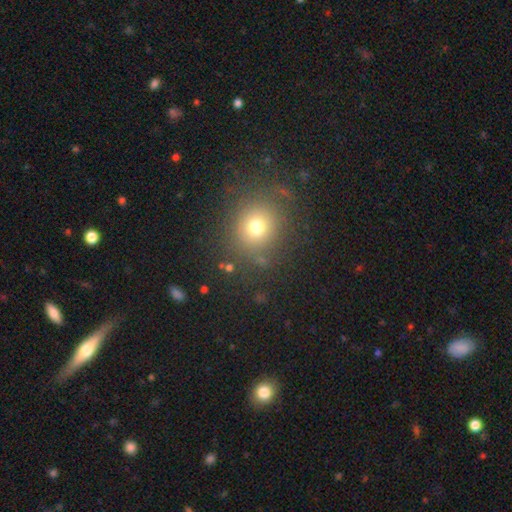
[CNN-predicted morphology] Q: Smooth or featured?
A: smooth (60%); runner-up: star or artifact (25%)
Q: How rounded?
A: round (82%); runner-up: in between (16%)
Q: Merging?
A: none (84%); runner-up: minor disturbance (10%)